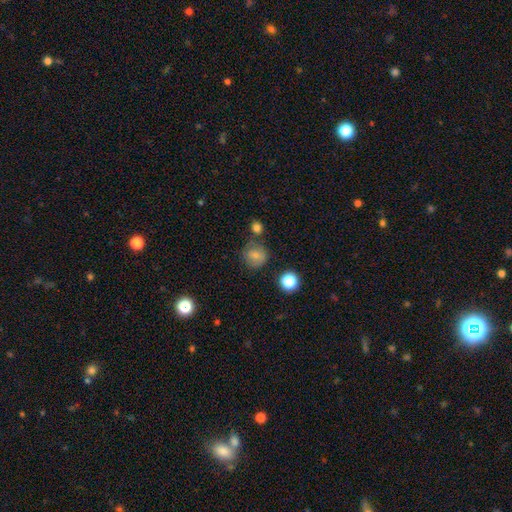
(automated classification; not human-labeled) Overall: smooth (74%). How rounded: round (86%). Merging: none (70%).